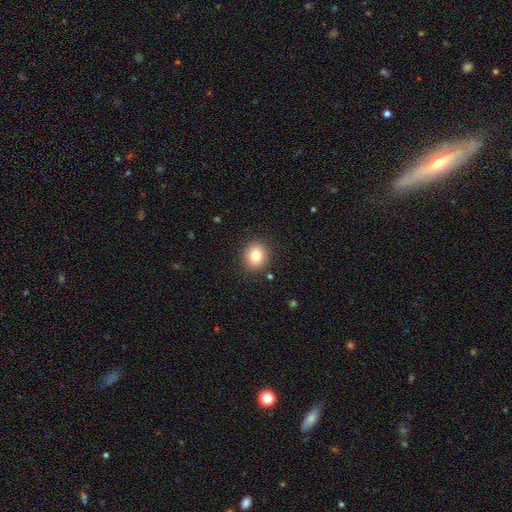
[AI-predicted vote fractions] smooth 81%, star or artifact 11%, featured or disk 8%. Down the decision tree: how rounded — round (76%); merging — none (89%).